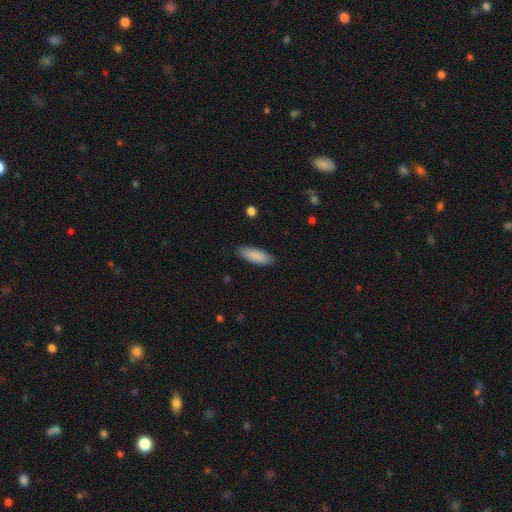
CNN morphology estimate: Smooth or featured: smooth — 88% (featured or disk — 6%)
How rounded: in between — 63% (cigar-shaped — 36%)
Merging: none — 87% (minor disturbance — 10%)